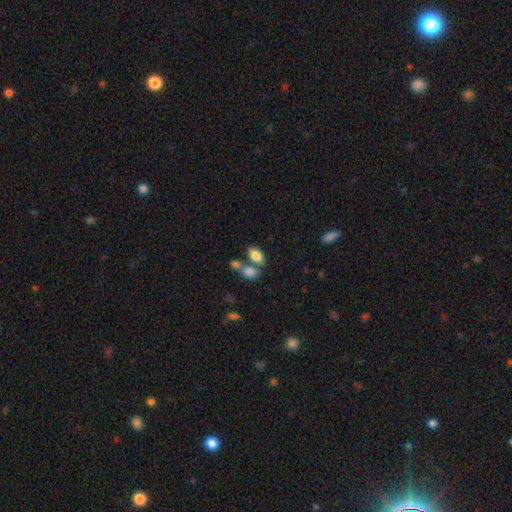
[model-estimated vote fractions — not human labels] Q: Smooth or featured?
A: smooth (82%); runner-up: featured or disk (9%)
Q: How rounded?
A: in between (91%); runner-up: round (7%)
Q: Merging?
A: none (49%); runner-up: merger (35%)